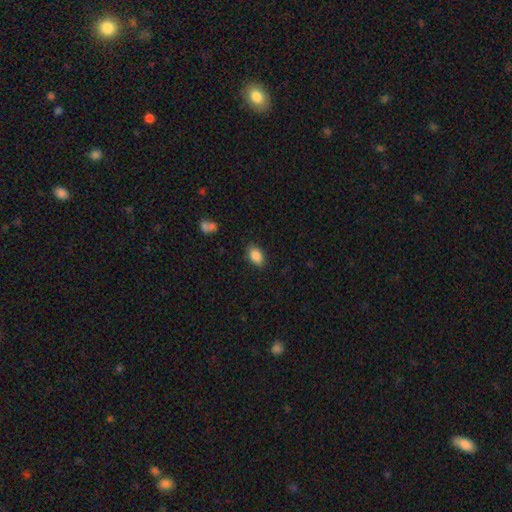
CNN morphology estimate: Smooth or featured?
  - smooth: 87% *
  - star or artifact: 8%
  - featured or disk: 5%
How rounded?
  - in between: 89% *
  - round: 10%
  - cigar-shaped: 2%
Merging?
  - none: 85% *
  - minor disturbance: 11%
  - major disturbance: 3%
  - merger: 1%